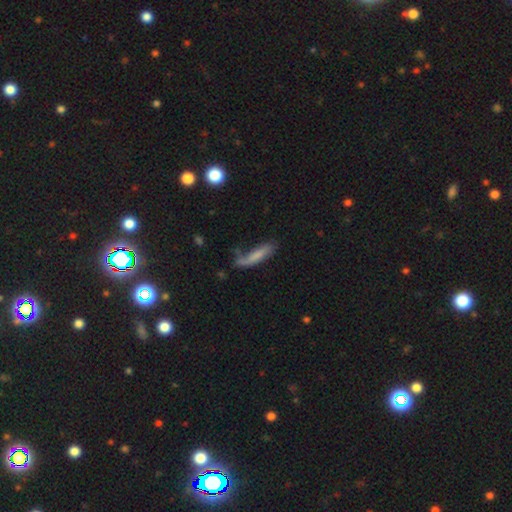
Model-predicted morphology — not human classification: This is likely a smooth galaxy (68%). How rounded: likely cigar-shaped (70%). Merging: marginally none (45%).